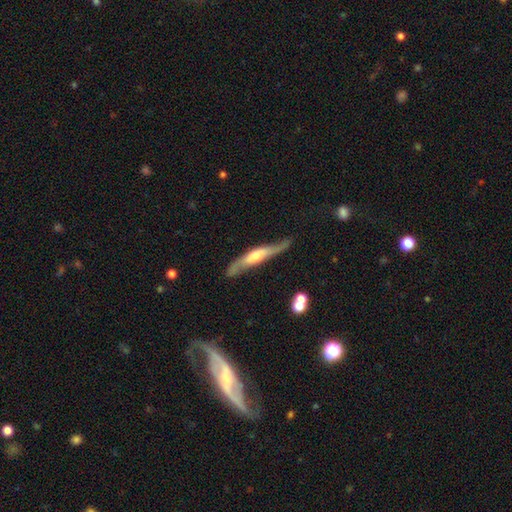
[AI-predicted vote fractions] smooth_or_featured: featured or disk (p=0.71) [alt: smooth p=0.23]
disk_edge_on: yes (p=0.67) [alt: no p=0.33]
merging: none (p=0.65) [alt: minor disturbance p=0.24]